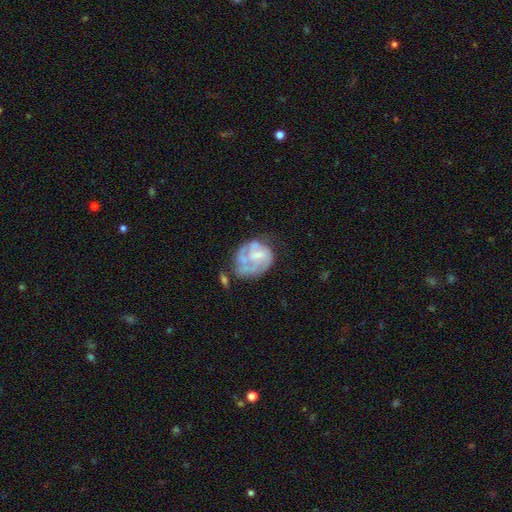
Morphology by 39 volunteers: smooth_or_featured: featured or disk (p=0.85) [alt: smooth p=0.15]
disk_edge_on: no (p=1.00)
bar: no (p=0.45) [alt: weak p=0.39]
has_spiral_arms: yes (p=0.67) [alt: no p=0.33]
spiral_winding: tight (p=0.50) [alt: loose p=0.27]
spiral_arm_count: 4 (p=0.36) [tied with: can't tell p=0.36]
bulge_size: small (p=0.61) [alt: moderate p=0.15]
merging: minor disturbance (p=0.36) [alt: major disturbance p=0.28]